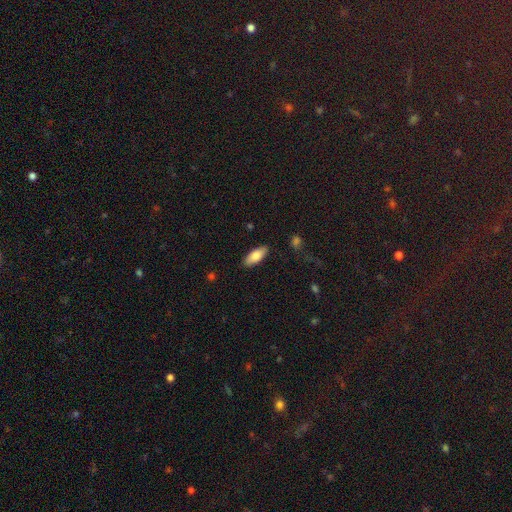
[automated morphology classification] Q: Smooth or featured?
A: smooth (81%); runner-up: featured or disk (13%)
Q: How rounded?
A: in between (79%); runner-up: cigar-shaped (19%)
Q: Merging?
A: none (87%); runner-up: minor disturbance (10%)